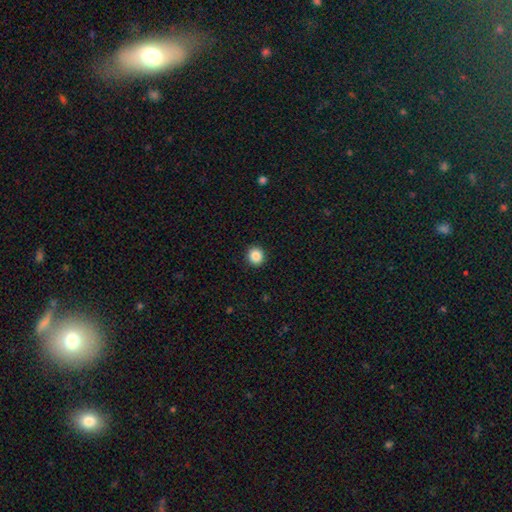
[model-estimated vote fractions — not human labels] A smooth galaxy with no disk features (87%) that is round (90%).

Vote fractions:
- Smooth or featured? smooth: 87% / star or artifact: 10% / featured or disk: 4%
- How rounded? round: 90% / in between: 9% / cigar-shaped: 1%
- Merging? none: 92% / minor disturbance: 5% / major disturbance: 2% / merger: 1%